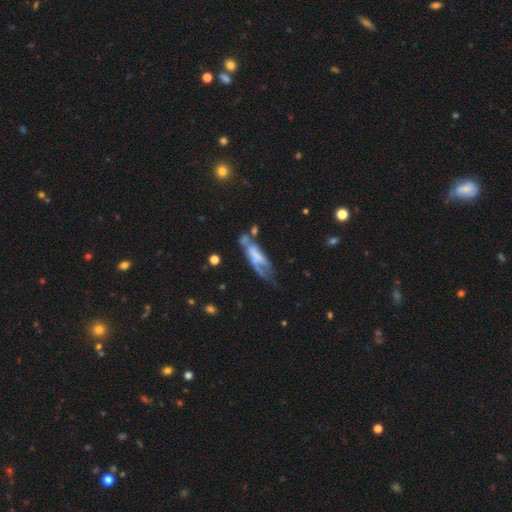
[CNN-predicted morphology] type=featured or disk (52%); edge-on=no (75%); merging=major disturbance (36%).